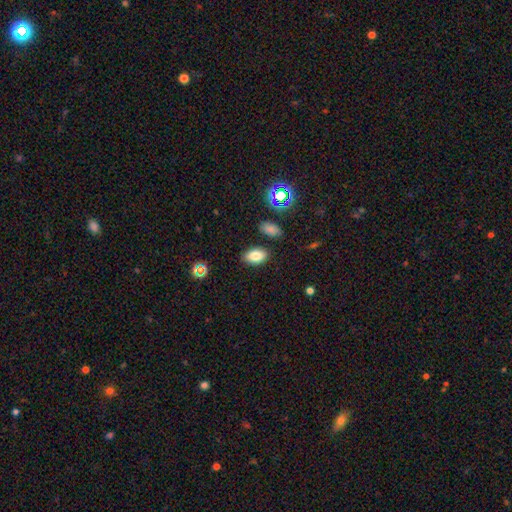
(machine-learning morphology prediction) A smooth galaxy with no disk features (80%) that is in between round and cigar-shaped (90%).

Vote fractions:
- Smooth or featured? smooth: 80% / star or artifact: 11% / featured or disk: 8%
- How rounded? in between: 90% / round: 8% / cigar-shaped: 2%
- Merging? none: 84% / minor disturbance: 10% / merger: 3% / major disturbance: 3%